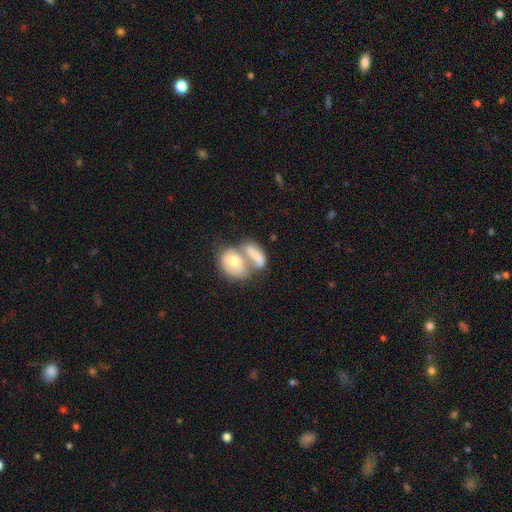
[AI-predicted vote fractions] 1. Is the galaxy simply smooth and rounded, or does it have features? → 63% smooth, 30% featured or disk, 7% star or artifact.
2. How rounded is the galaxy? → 76% in between, 17% round, 7% cigar-shaped.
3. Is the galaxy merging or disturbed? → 68% merger, 16% none, 8% minor disturbance, 8% major disturbance.